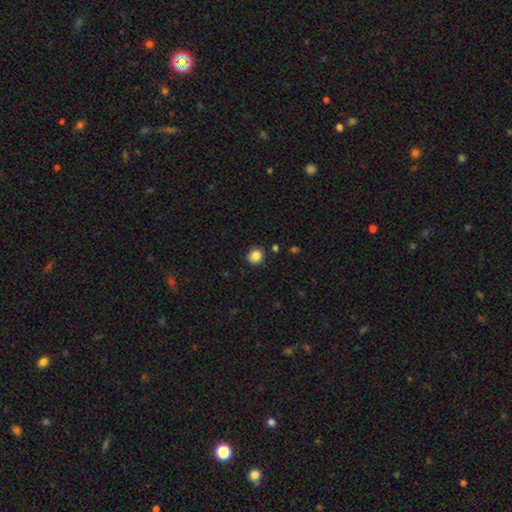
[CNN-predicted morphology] A smooth galaxy with no disk features (86%) that is round (85%).

Vote fractions:
- Smooth or featured? smooth: 86% / star or artifact: 10% / featured or disk: 4%
- How rounded? round: 85% / in between: 14% / cigar-shaped: 1%
- Merging? none: 90% / minor disturbance: 7% / major disturbance: 2% / merger: 2%